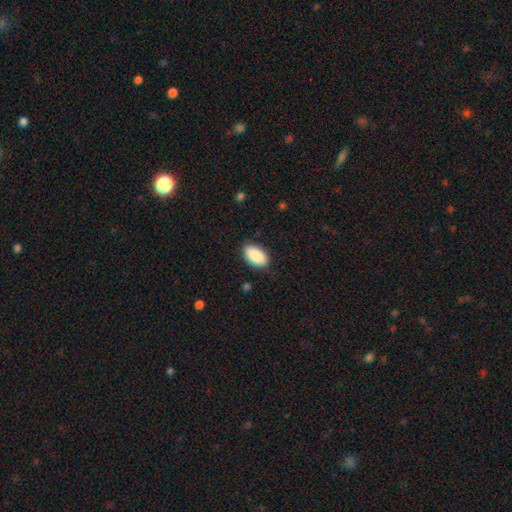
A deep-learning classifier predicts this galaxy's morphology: Smooth or featured: smooth — 90% (star or artifact — 6%)
How rounded: in between — 95% (round — 4%)
Merging: none — 85% (minor disturbance — 11%)